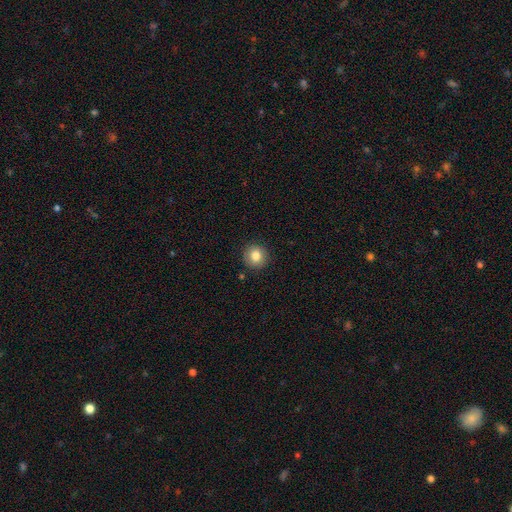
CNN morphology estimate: The model was most divided on "smooth or featured": smooth: 82%, star or artifact: 10%, featured or disk: 8%. More confident: how rounded — round (93%); merging — none (90%).